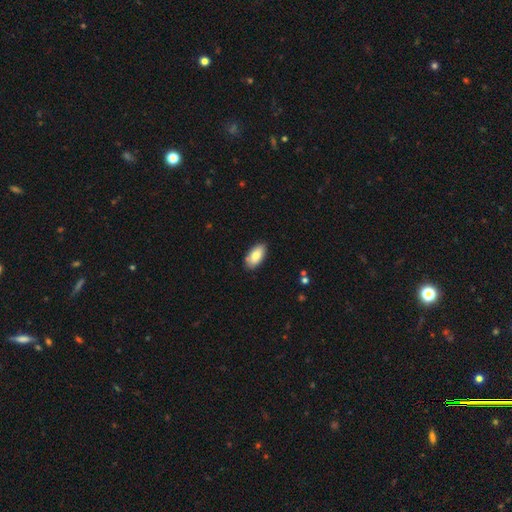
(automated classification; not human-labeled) Morphology: type=smooth (82%); roundness=in between (93%); merging=none (85%).